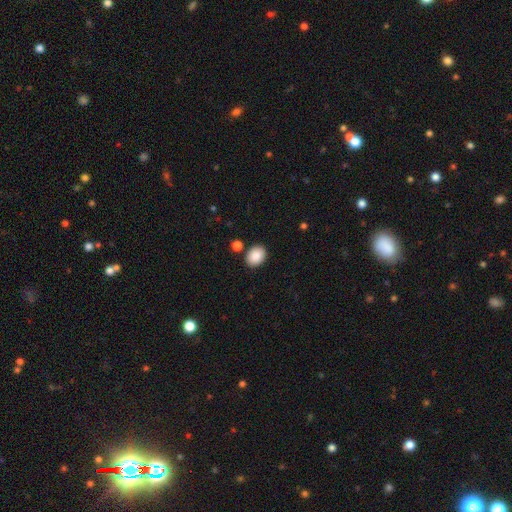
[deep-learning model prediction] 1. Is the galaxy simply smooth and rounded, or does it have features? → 88% smooth, 7% star or artifact, 5% featured or disk.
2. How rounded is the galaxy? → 63% in between, 36% round, 1% cigar-shaped.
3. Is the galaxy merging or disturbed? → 85% none, 8% minor disturbance, 4% merger, 2% major disturbance.